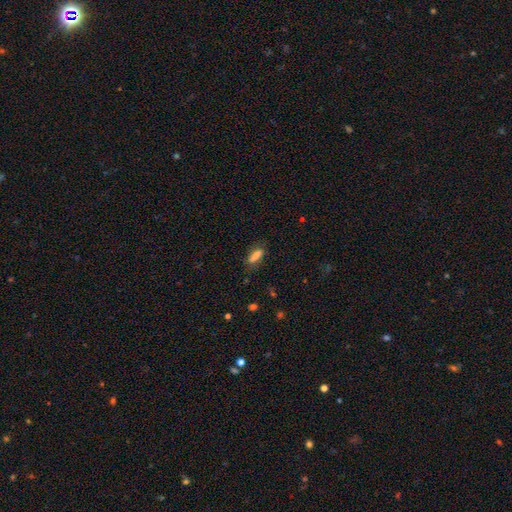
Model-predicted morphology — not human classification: Q: Smooth or featured?
A: smooth (68%); runner-up: featured or disk (21%)
Q: How rounded?
A: in between (61%); runner-up: cigar-shaped (35%)
Q: Merging?
A: none (75%); runner-up: minor disturbance (17%)